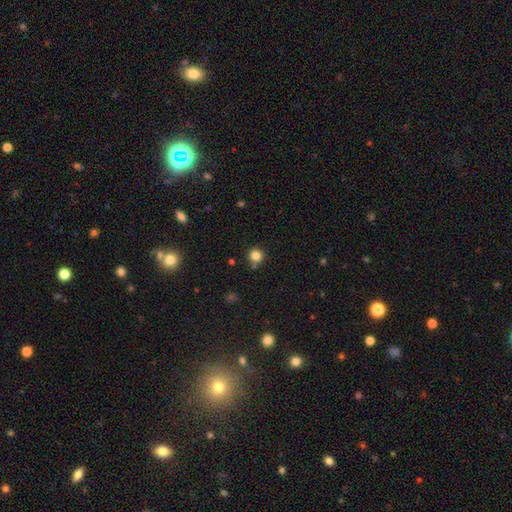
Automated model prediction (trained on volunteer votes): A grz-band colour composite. It shows a smooth galaxy with no disk features (82%) that is round (94%). Merging: none (81%).